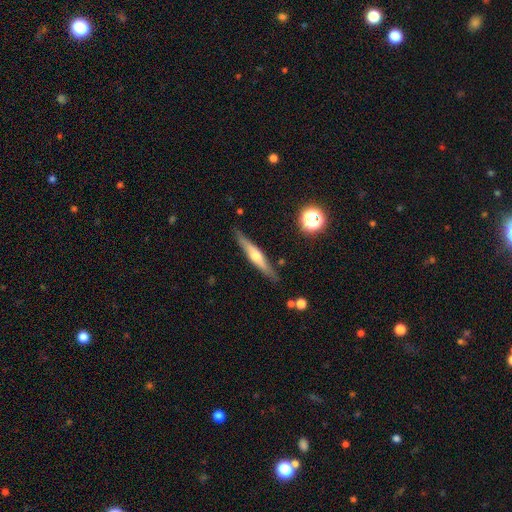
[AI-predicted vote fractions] smooth-or-featured: featured or disk: 61% | smooth: 32% | star or artifact: 6%
  disk-edge-on: yes: 95% | no: 5%
    edge-on-bulge: rounded: 87% | none: 7% | boxy: 6%
  merging: none: 87% | minor disturbance: 10% | major disturbance: 2% | merger: 2%